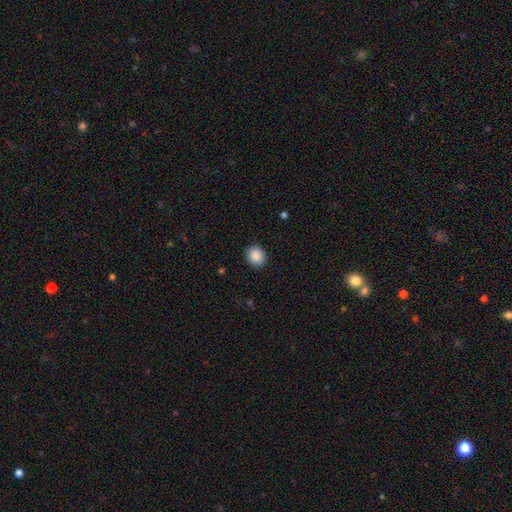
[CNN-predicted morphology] Q: Smooth or featured?
A: smooth (89%); runner-up: star or artifact (8%)
Q: How rounded?
A: round (61%); runner-up: in between (38%)
Q: Merging?
A: none (90%); runner-up: minor disturbance (7%)